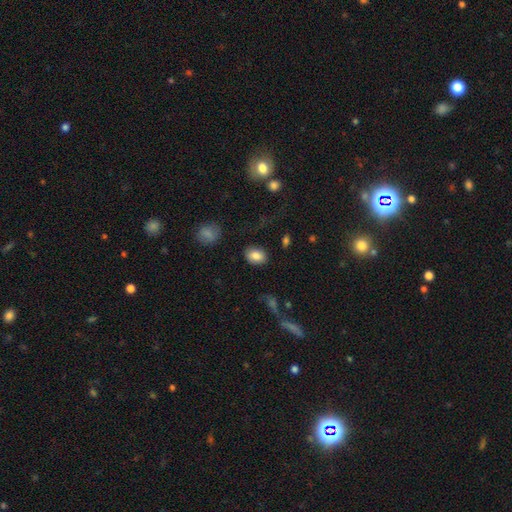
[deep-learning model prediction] smooth-or-featured: smooth: 84% | star or artifact: 9% | featured or disk: 7%
  how-rounded: in between: 75% | round: 23% | cigar-shaped: 1%
  merging: none: 85% | minor disturbance: 9% | major disturbance: 3% | merger: 2%